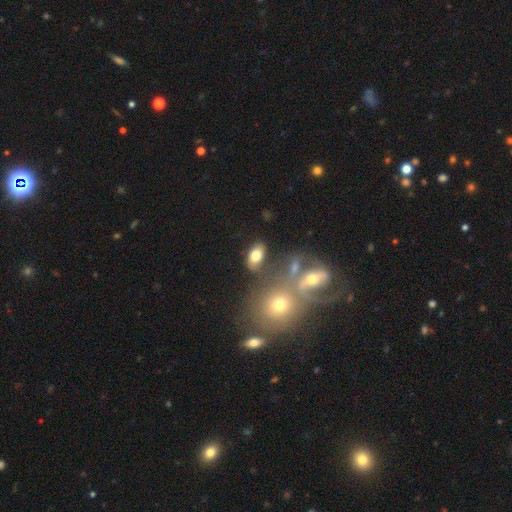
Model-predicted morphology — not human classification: Smooth or featured? Predicted: smooth (p=0.73). How rounded? Predicted: in between (p=0.89). Merging? Predicted: none (p=0.68).